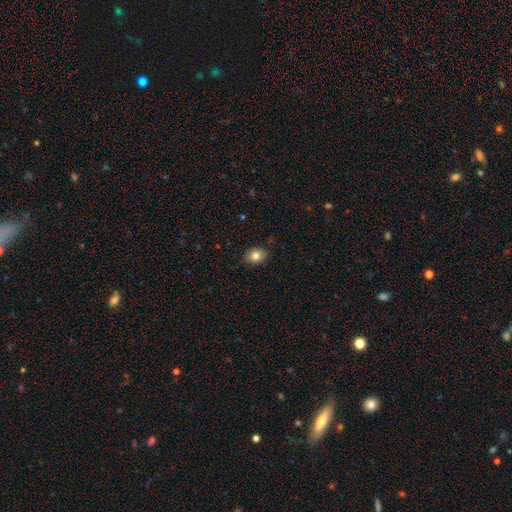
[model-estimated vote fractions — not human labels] Smooth or featured? Predicted: smooth (p=0.82). How rounded? Predicted: in between (p=0.58). Merging? Predicted: none (p=0.86).